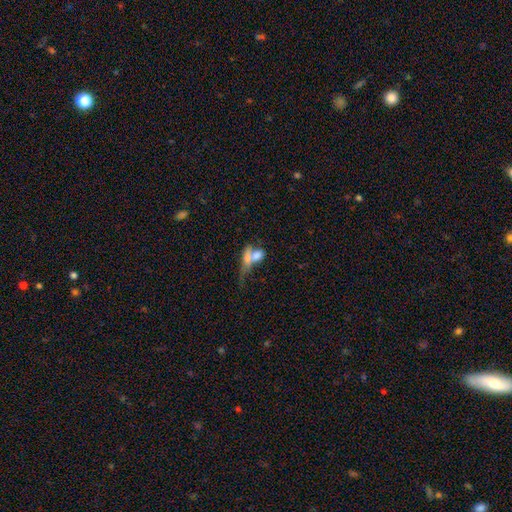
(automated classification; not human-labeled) smooth 64%, featured or disk 25%, star or artifact 11%. Down the decision tree: how rounded — in between (64%); merging — merger (59%).